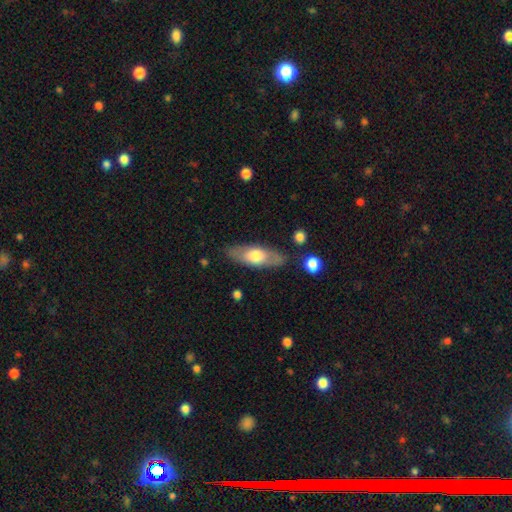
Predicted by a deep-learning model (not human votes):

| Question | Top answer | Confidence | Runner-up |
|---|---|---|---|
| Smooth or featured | smooth | 57% | featured or disk (38%) |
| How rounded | in between | 68% | cigar-shaped (29%) |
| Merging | none | 79% | minor disturbance (14%) |